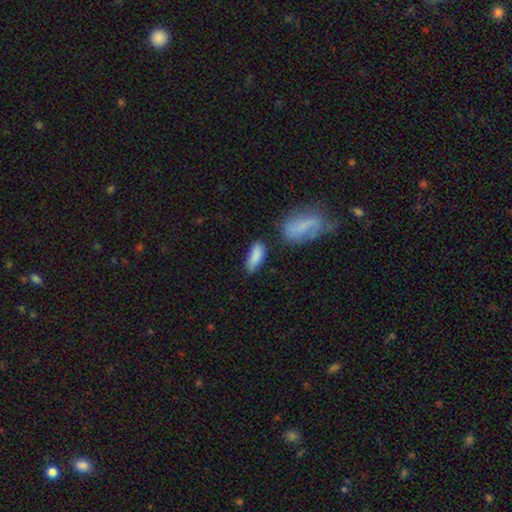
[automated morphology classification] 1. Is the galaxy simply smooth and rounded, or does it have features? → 86% smooth, 8% featured or disk, 7% star or artifact.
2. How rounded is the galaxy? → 79% in between, 19% cigar-shaped, 3% round.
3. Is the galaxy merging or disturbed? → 63% none, 23% minor disturbance, 8% merger, 6% major disturbance.